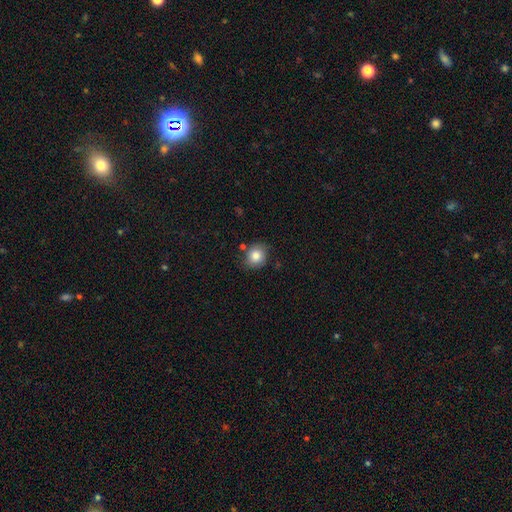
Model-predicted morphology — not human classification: Smooth or featured? Predicted: smooth (p=0.82). How rounded? Predicted: round (p=0.76). Merging? Predicted: none (p=0.78).